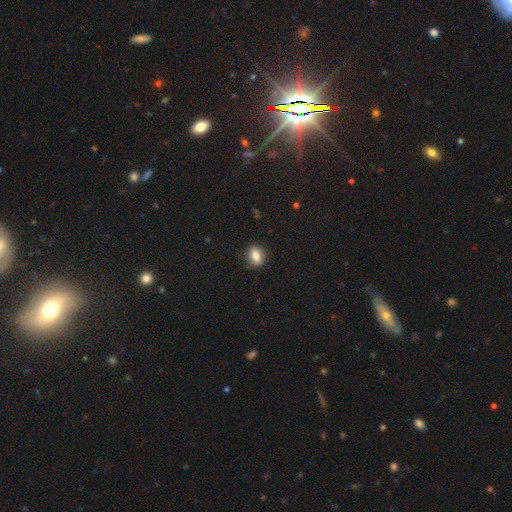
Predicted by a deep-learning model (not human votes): Morphology: type=smooth (81%); roundness=in between (58%); merging=none (86%).